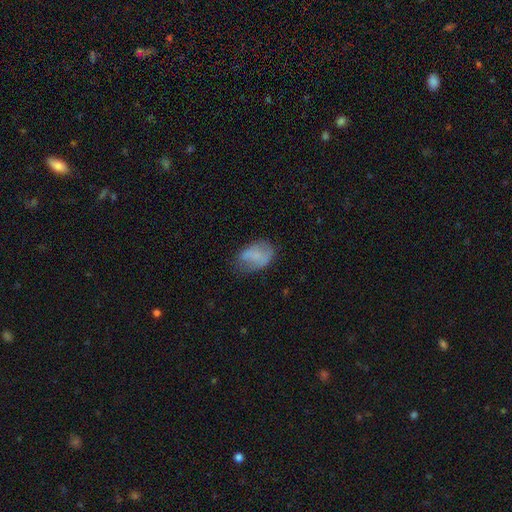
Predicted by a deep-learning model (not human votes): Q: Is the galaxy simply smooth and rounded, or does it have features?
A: smooth — 65%.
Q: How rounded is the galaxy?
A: in between — 86%.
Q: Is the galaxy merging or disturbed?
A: none — 49%.